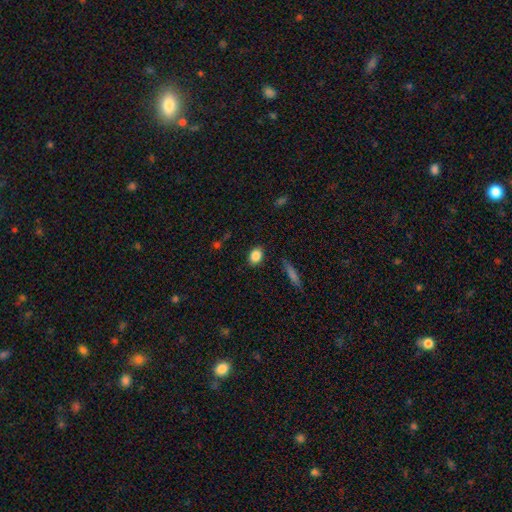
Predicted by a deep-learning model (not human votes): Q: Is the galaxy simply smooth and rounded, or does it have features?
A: smooth — 86%.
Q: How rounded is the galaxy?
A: in between — 69%.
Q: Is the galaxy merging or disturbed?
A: none — 86%.